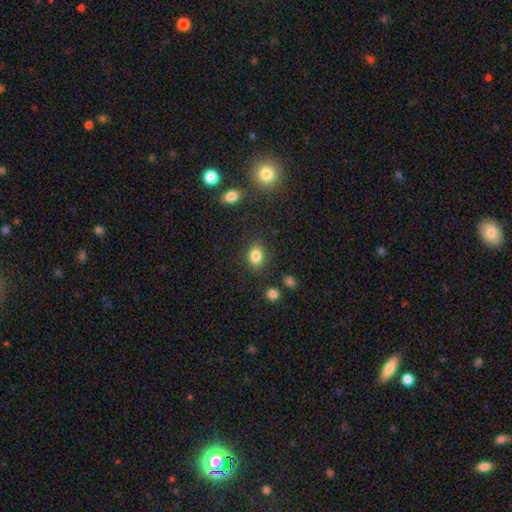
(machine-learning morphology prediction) smooth_or_featured: smooth (p=0.84) [alt: star or artifact p=0.10]
how_rounded: in between (p=0.70) [alt: round p=0.29]
merging: none (p=0.84) [alt: minor disturbance p=0.11]